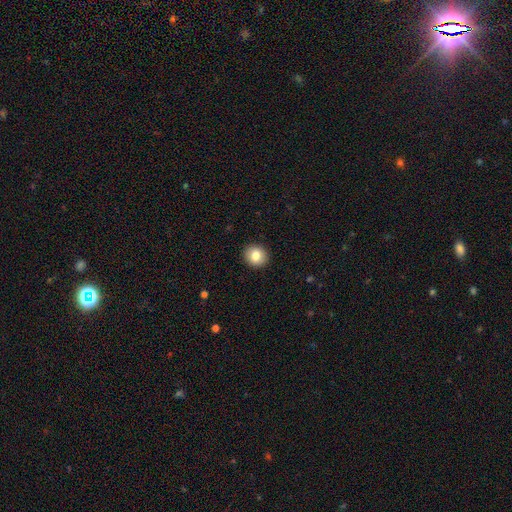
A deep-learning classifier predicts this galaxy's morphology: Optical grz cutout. It shows a smooth galaxy with no disk features (84%) that is round (81%). Merging: none (92%).